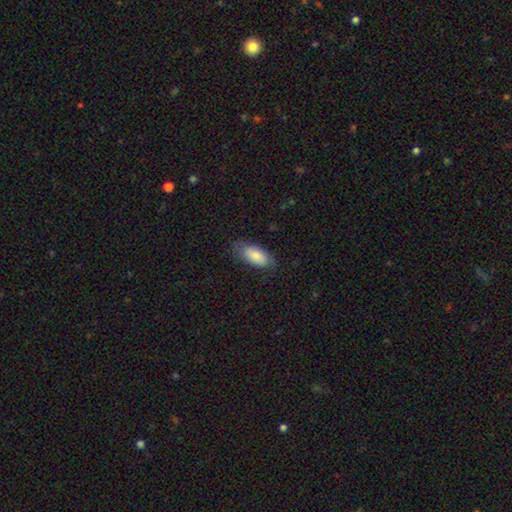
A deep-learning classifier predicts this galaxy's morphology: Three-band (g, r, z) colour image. It shows a smooth galaxy with no disk features (81%) that is in between round and cigar-shaped (90%). Merging: none (73%).